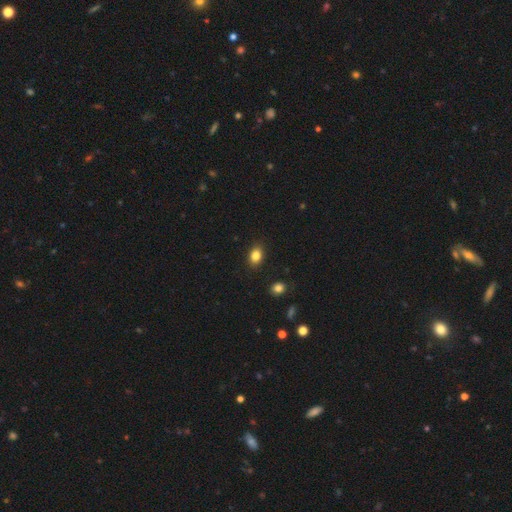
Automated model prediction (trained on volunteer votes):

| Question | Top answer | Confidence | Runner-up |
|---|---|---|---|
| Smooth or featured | smooth | 84% | star or artifact (10%) |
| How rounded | in between | 75% | round (23%) |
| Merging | none | 87% | minor disturbance (9%) |